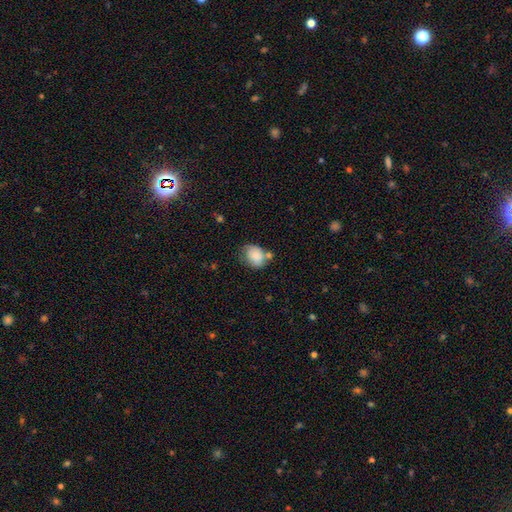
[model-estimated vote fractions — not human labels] A smooth galaxy with no disk features (81%) that is in between round and cigar-shaped (61%). Merging: none (44%).